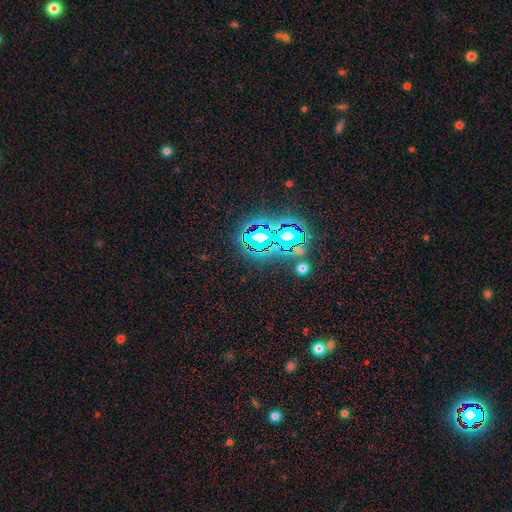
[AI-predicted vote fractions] Smooth or featured? Predicted: star or artifact (p=0.79).